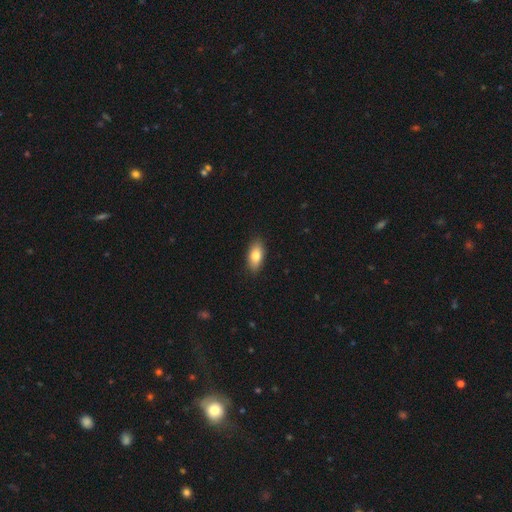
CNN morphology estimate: This is likely a smooth galaxy (80%). How rounded: clearly in between (87%). Merging: clearly none (88%).